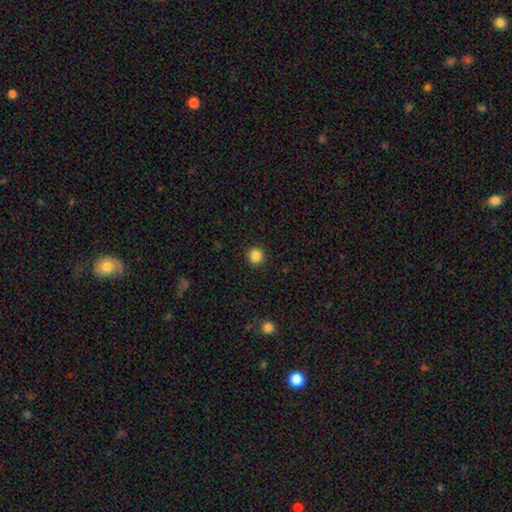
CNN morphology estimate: Smooth or featured: smooth — 86% (star or artifact — 11%)
How rounded: round — 95% (in between — 4%)
Merging: none — 93% (minor disturbance — 5%)